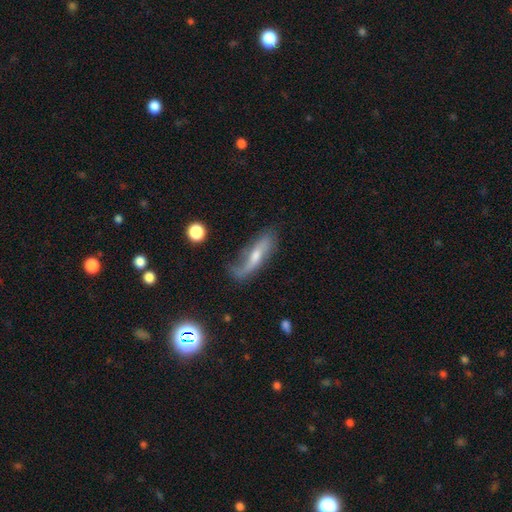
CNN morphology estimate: Q: Smooth or featured?
A: featured or disk (62%); runner-up: smooth (30%)
Q: Edge-on disk?
A: no (68%); runner-up: yes (32%)
Q: Merging?
A: none (47%); runner-up: minor disturbance (30%)